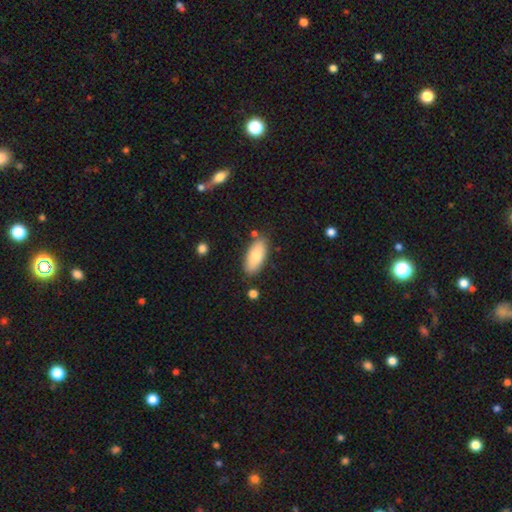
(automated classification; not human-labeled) Q: Smooth or featured?
A: smooth (80%); runner-up: featured or disk (14%)
Q: How rounded?
A: in between (87%); runner-up: cigar-shaped (11%)
Q: Merging?
A: none (81%); runner-up: minor disturbance (12%)